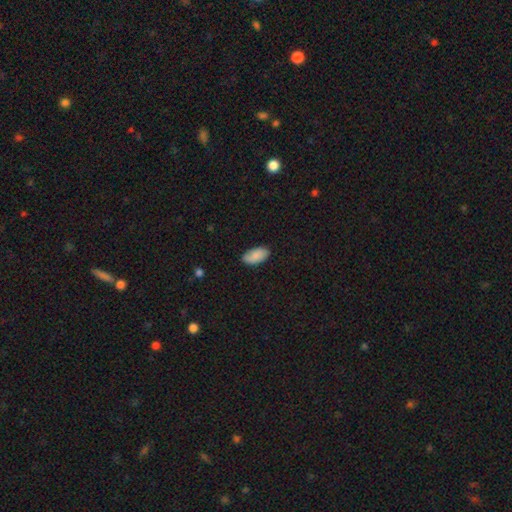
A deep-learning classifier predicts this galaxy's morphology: This is clearly a smooth galaxy (87%). How rounded: clearly in between (95%). Merging: clearly none (84%).